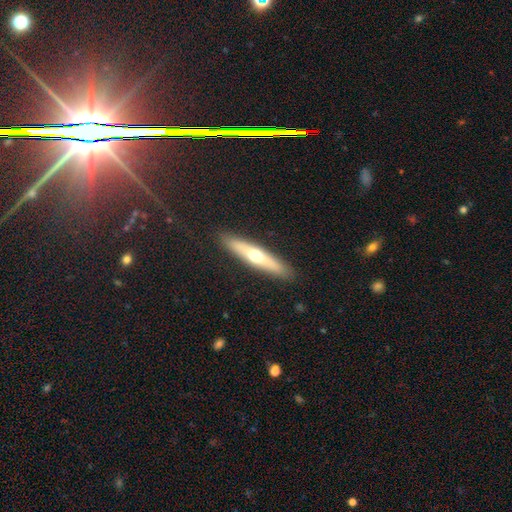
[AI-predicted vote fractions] This is possibly a featured or disk galaxy (51%). It is clearly viewed edge-on (88%). Merging: clearly none (90%).